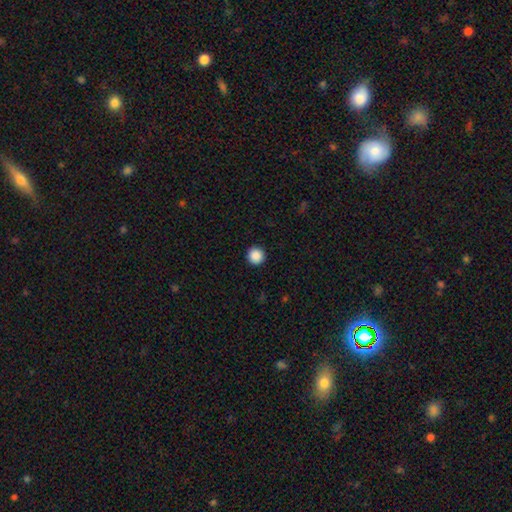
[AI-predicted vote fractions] This is clearly a smooth galaxy (89%). How rounded: clearly round (96%). Merging: clearly none (93%).